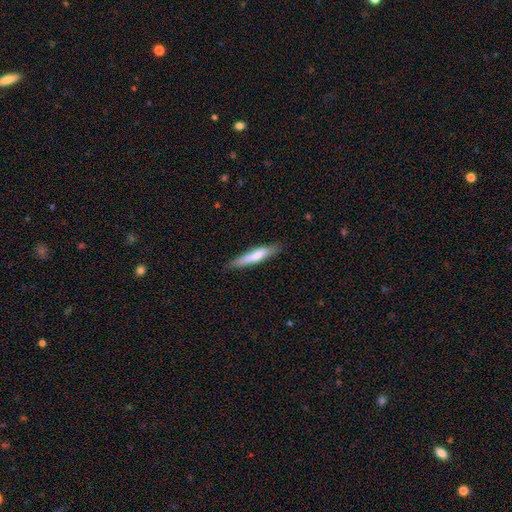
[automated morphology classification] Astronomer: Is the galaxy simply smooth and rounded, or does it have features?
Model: smooth — 71%.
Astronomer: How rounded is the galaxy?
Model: cigar-shaped — 88%.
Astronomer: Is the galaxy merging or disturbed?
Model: none — 82%.